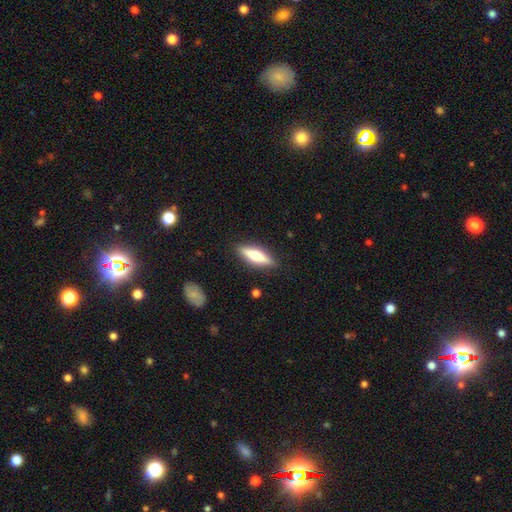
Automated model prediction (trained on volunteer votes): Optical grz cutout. It shows a smooth galaxy with no disk features (49%). Merging: none (88%).